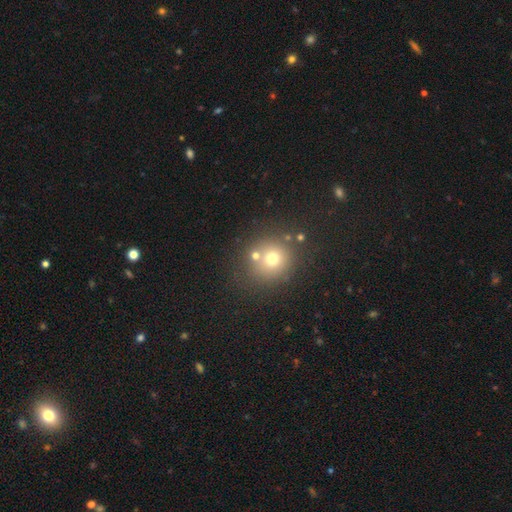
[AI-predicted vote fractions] A smooth galaxy with no disk features (69%) that is round (90%). Merging: none (71%).